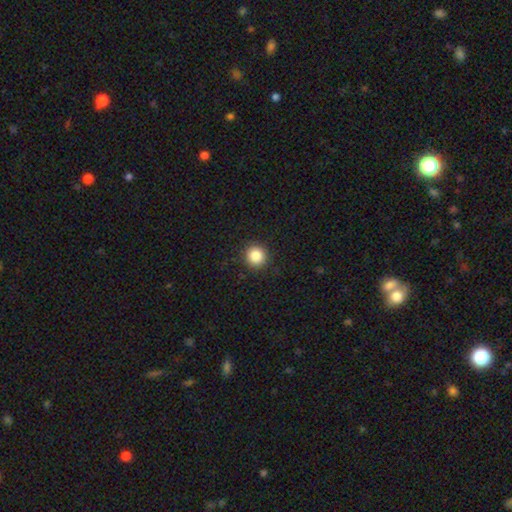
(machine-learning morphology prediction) Smooth or featured? smooth (86%)
How rounded? round (93%)
Merging? none (91%)